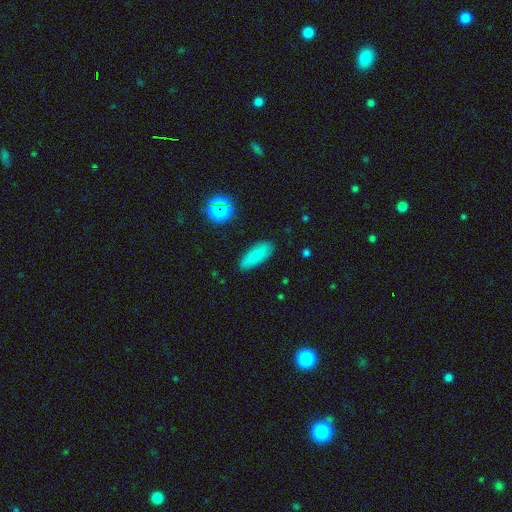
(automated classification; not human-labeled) Overall: smooth (81%). How rounded: in between (67%; cigar-shaped 30%). Merging: none (86%).